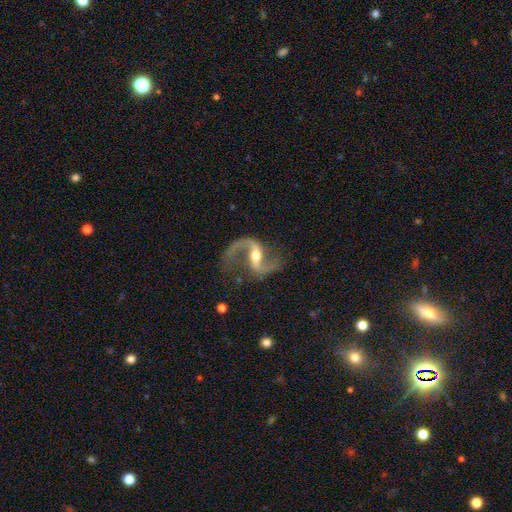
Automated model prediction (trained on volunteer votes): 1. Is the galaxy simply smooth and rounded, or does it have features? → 93% featured or disk, 4% star or artifact, 3% smooth.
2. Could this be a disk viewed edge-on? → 98% no, 2% yes.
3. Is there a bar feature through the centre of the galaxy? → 42% weak, 38% strong, 20% no.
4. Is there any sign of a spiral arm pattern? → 98% yes, 2% no.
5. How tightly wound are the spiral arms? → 73% loose, 23% medium, 4% tight.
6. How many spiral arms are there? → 94% 2, 2% 1, 1% can't tell, 1% 3, 1% 4, 1% more than 4.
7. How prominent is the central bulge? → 63% moderate, 27% small, 6% large, 2% none, 1% dominant.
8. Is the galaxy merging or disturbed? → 78% none, 12% minor disturbance, 8% major disturbance, 2% merger.